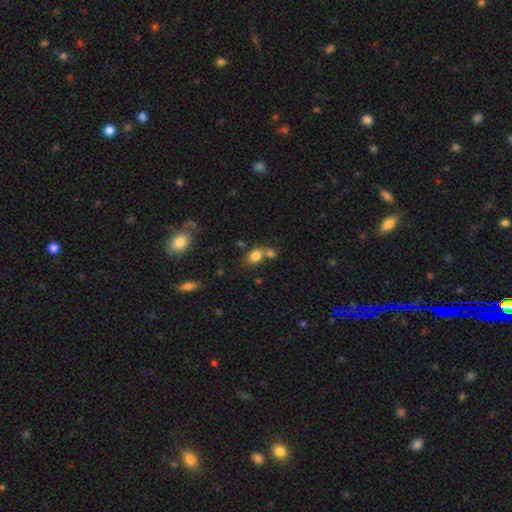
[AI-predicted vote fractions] smooth 81%, star or artifact 10%, featured or disk 8%. Down the decision tree: how rounded — in between (68%); merging — none (47%).